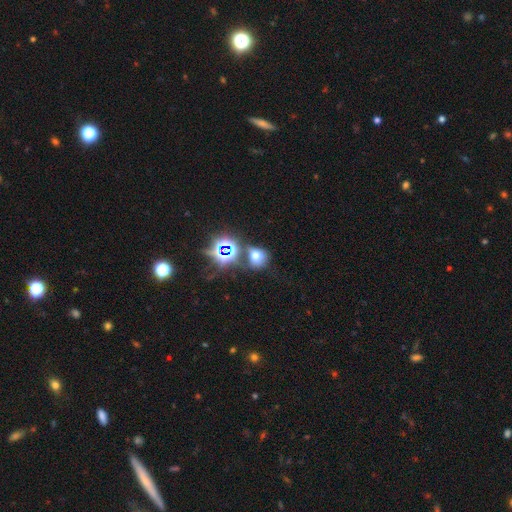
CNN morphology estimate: The model was most divided on "smooth or featured": smooth: 54%, star or artifact: 35%, featured or disk: 11%. More confident: how rounded — round (70%); merging — none (59%).